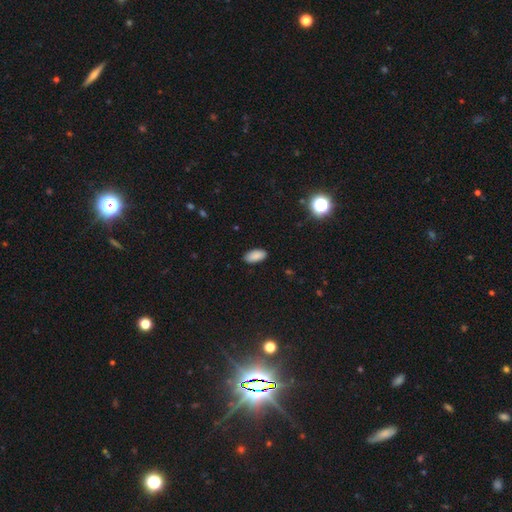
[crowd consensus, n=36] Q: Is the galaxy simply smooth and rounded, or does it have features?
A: smooth — 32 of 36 (89%).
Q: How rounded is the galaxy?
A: in between — 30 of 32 (94%).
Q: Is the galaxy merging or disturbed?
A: none — 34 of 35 (97%).